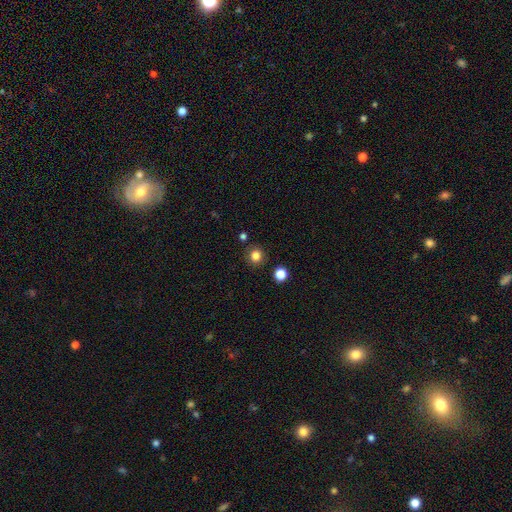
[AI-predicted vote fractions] A smooth galaxy with no disk features (82%) that is round (92%).

Vote fractions:
- Smooth or featured? smooth: 82% / star or artifact: 13% / featured or disk: 5%
- How rounded? round: 92% / in between: 7% / cigar-shaped: 1%
- Merging? none: 88% / minor disturbance: 7% / merger: 3% / major disturbance: 2%